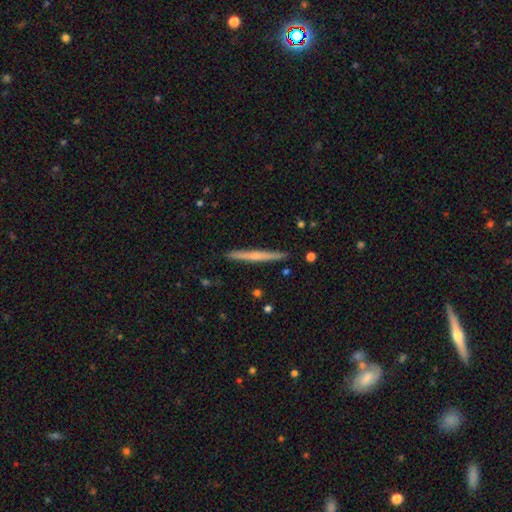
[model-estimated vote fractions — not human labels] featured or disk 52%, smooth 42%, star or artifact 6%. Down the decision tree: edge-on disk — yes (98%); edge-on bulge — none (57%); merging — none (91%).